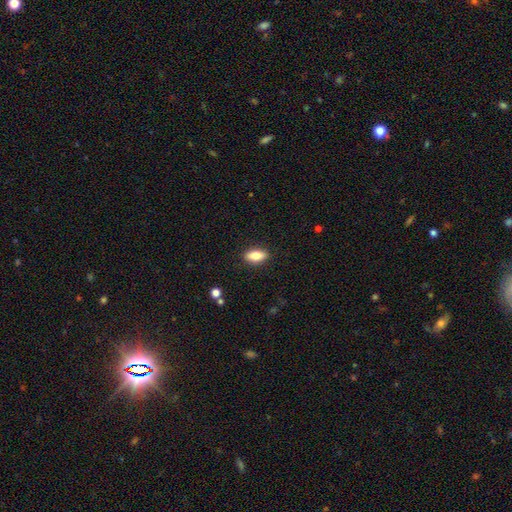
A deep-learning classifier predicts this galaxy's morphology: Overall: smooth (79%). How rounded: in between (85%). Merging: none (89%).